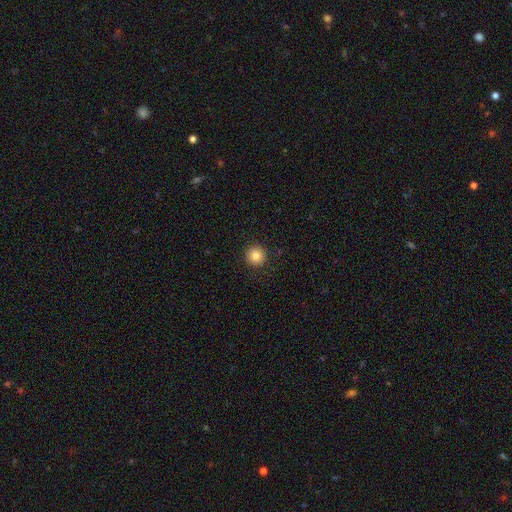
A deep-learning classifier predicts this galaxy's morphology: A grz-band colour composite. It shows a smooth galaxy with no disk features (84%) that is round (95%). Merging: none (91%).